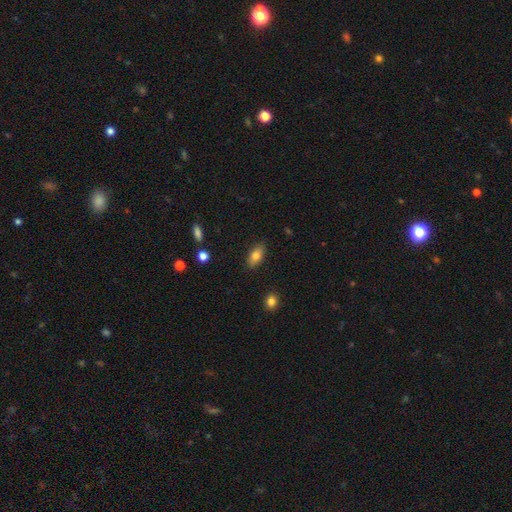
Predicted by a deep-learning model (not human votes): This is likely a smooth galaxy (80%). How rounded: clearly in between (85%). Merging: clearly none (86%).